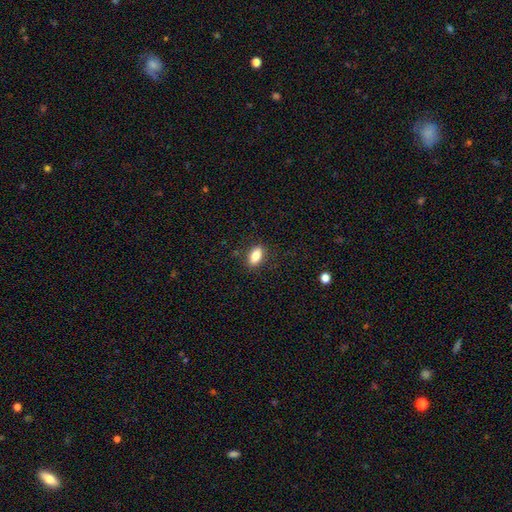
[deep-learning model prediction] Smooth or featured? smooth (82%)
How rounded? in between (84%)
Merging? none (85%)